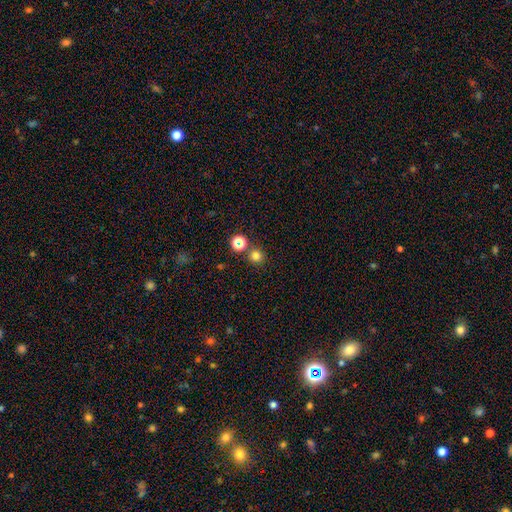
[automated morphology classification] Overall: smooth (76%). How rounded: round (92%). Merging: none (80%).